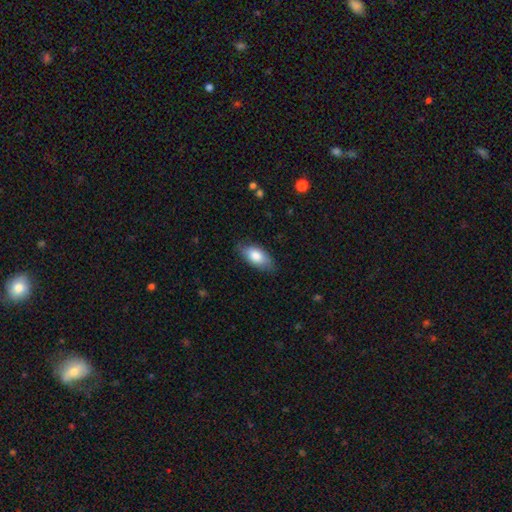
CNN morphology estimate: This is clearly a smooth galaxy (80%). How rounded: clearly in between (90%). Merging: likely none (79%).